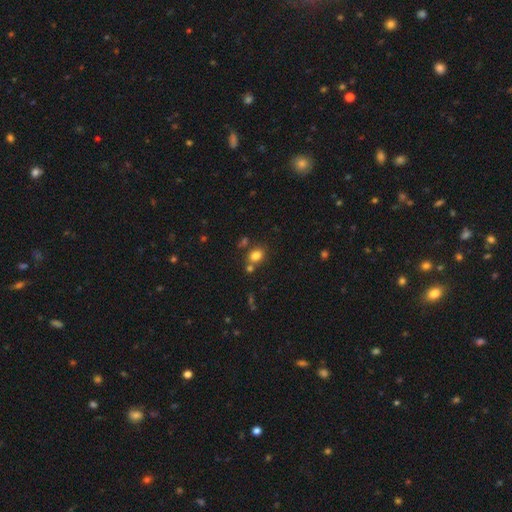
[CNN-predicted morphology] type=smooth (80%); roundness=in between (50%); merging=none (67%).